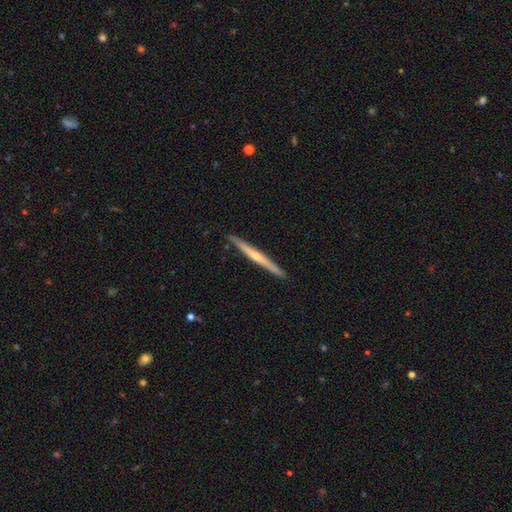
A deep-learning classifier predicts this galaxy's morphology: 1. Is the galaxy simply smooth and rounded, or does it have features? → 64% featured or disk, 30% smooth, 5% star or artifact.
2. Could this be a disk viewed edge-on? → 98% yes, 2% no.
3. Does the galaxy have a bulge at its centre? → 56% rounded, 39% none, 5% boxy.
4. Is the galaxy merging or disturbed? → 92% none, 6% minor disturbance, 1% major disturbance, 1% merger.